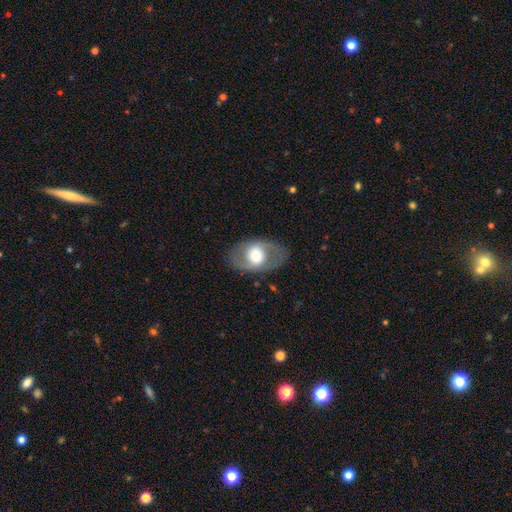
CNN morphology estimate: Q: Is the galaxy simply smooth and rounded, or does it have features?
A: featured or disk — 53%.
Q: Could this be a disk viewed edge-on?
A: no — 92%.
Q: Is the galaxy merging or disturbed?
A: none — 80%.